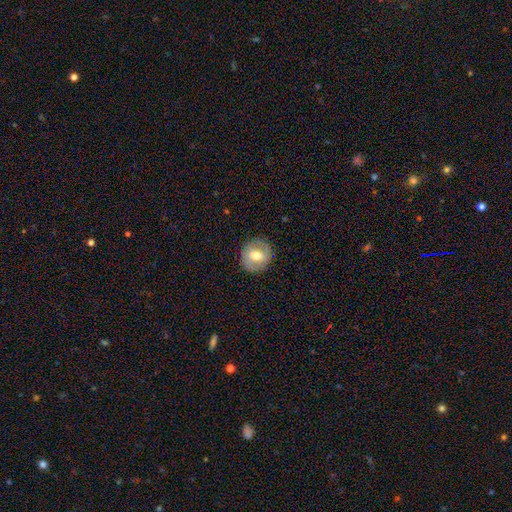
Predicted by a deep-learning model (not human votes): This is possibly a featured or disk galaxy (49%). Merging: clearly none (87%).